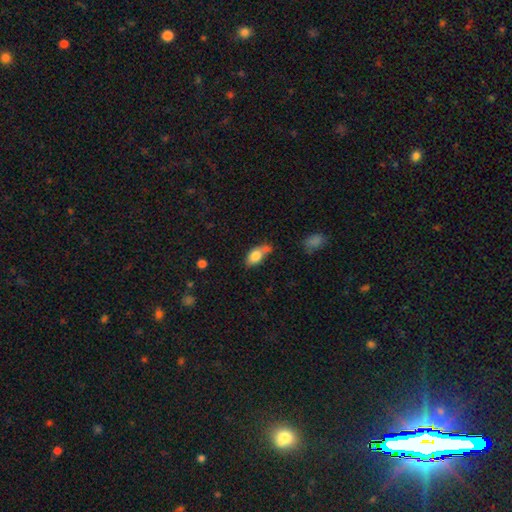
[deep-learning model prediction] Smooth or featured: smooth — 80% (featured or disk — 12%)
How rounded: in between — 86% (round — 9%)
Merging: none — 41% (minor disturbance — 29%)